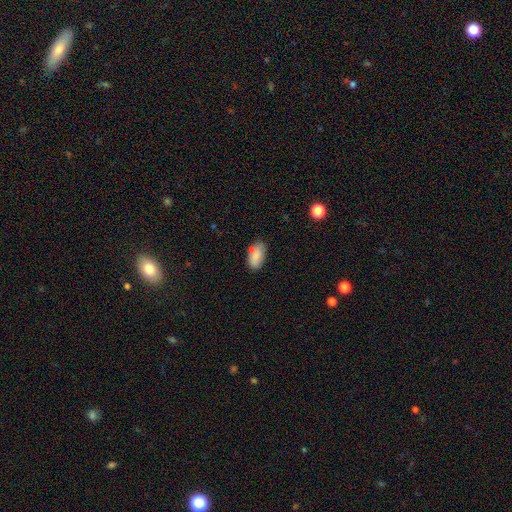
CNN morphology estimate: smooth 82%, featured or disk 11%, star or artifact 8%. Down the decision tree: how rounded — in between (93%); merging — none (67%).